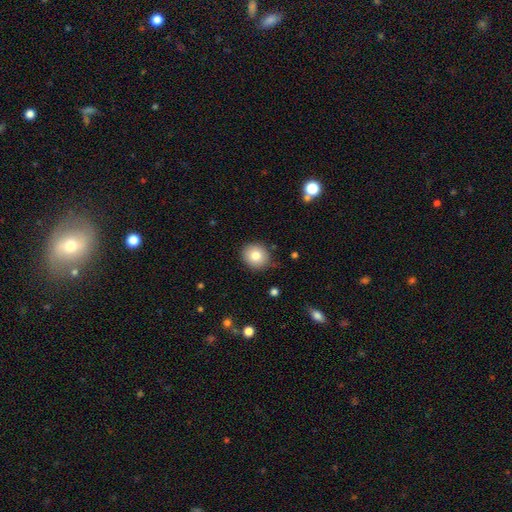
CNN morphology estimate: Smooth or featured? smooth (80%)
How rounded? round (82%)
Merging? none (85%)